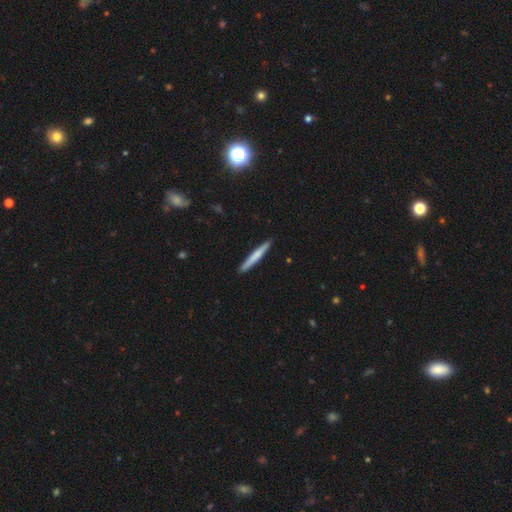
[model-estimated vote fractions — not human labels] smooth-or-featured: smooth: 65% | featured or disk: 30% | star or artifact: 5%
  how-rounded: cigar-shaped: 96% | in between: 2% | round: 1%
  merging: none: 91% | minor disturbance: 6% | major disturbance: 1% | merger: 1%